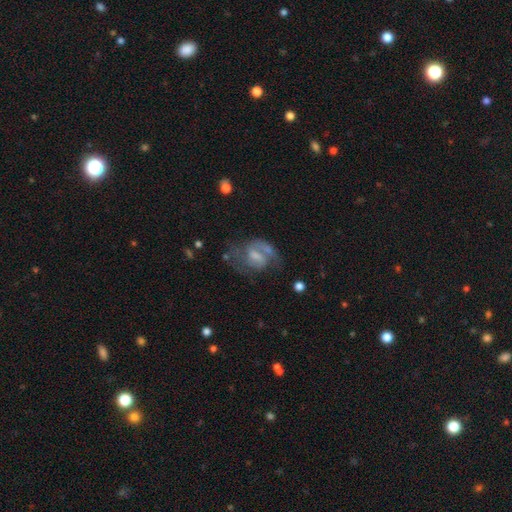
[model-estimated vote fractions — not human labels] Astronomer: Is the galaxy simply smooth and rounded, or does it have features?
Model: featured or disk — 73%.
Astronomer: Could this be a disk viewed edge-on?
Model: no — 97%.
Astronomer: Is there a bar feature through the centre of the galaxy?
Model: weak — 52% (runner-up: no, 32%).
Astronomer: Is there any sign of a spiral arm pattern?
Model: yes — 86%.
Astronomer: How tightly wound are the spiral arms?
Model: medium — 50% (runner-up: loose, 27%).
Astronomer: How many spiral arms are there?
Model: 2 — 67%.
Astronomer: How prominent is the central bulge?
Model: small — 40% (runner-up: moderate, 33%).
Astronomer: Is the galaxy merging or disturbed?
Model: none — 52%.